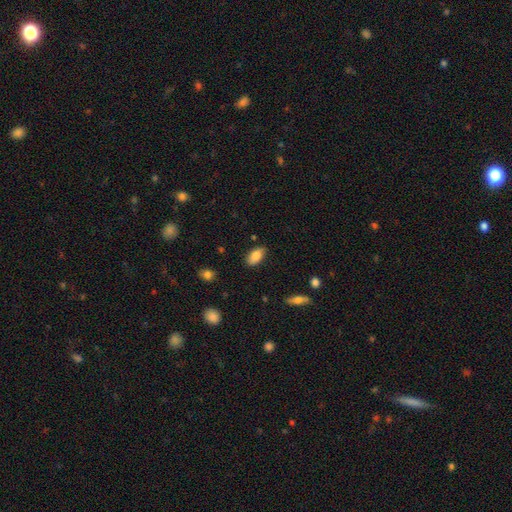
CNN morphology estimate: Overall: smooth (84%). How rounded: in between (93%). Merging: none (84%).